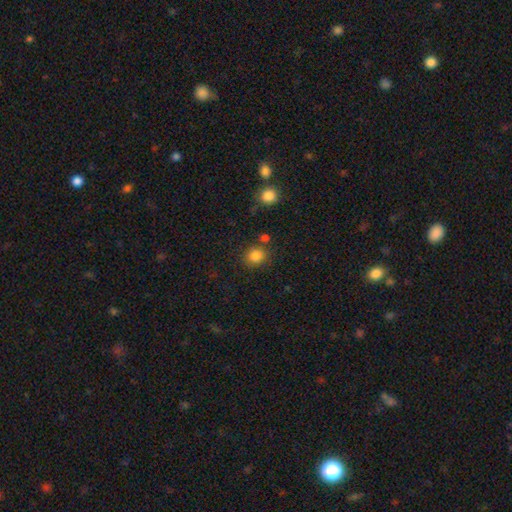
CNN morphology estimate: Smooth or featured? smooth (84%)
How rounded? round (76%)
Merging? none (77%)